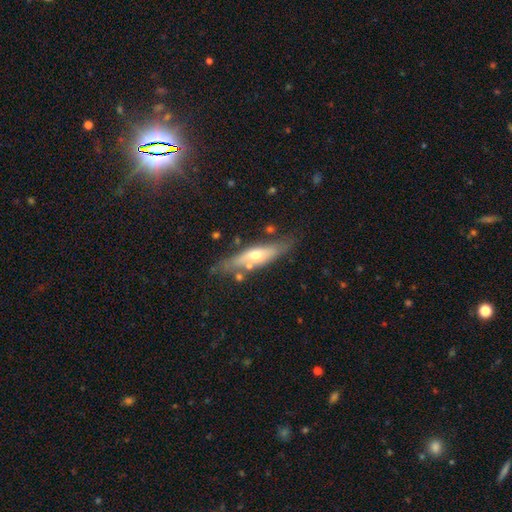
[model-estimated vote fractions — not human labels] Smooth or featured? Predicted: featured or disk (p=0.56). Edge-on disk? Predicted: yes (p=0.73). Merging? Predicted: none (p=0.70).